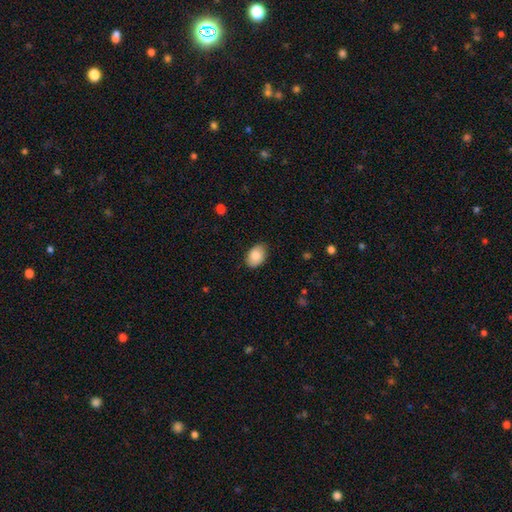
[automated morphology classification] smooth_or_featured: smooth (p=0.84) [alt: featured or disk p=0.09]
how_rounded: in between (p=0.85) [alt: round p=0.14]
merging: none (p=0.84) [alt: minor disturbance p=0.13]